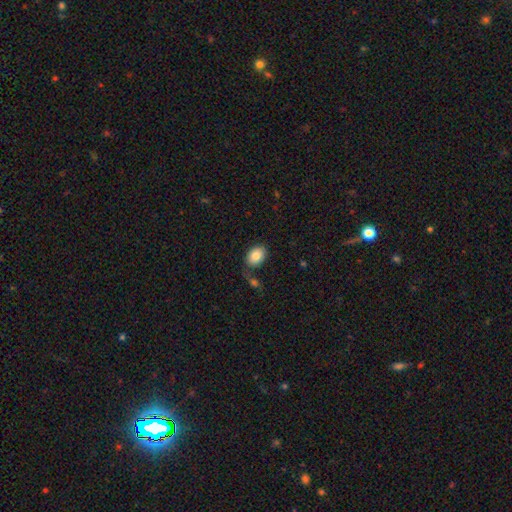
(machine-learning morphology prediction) Q: Smooth or featured?
A: smooth (85%); runner-up: featured or disk (8%)
Q: How rounded?
A: in between (77%); runner-up: round (22%)
Q: Merging?
A: none (67%); runner-up: minor disturbance (15%)